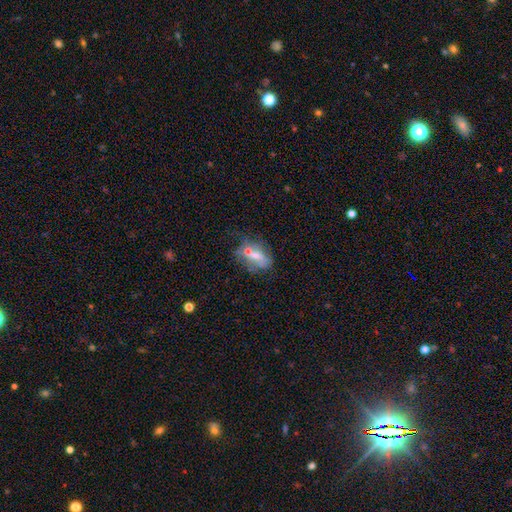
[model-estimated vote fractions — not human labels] The model was most divided on "merging": none: 37%, merger: 35%, minor disturbance: 17%, major disturbance: 11%. Remaining: smooth or featured — smooth (48%).